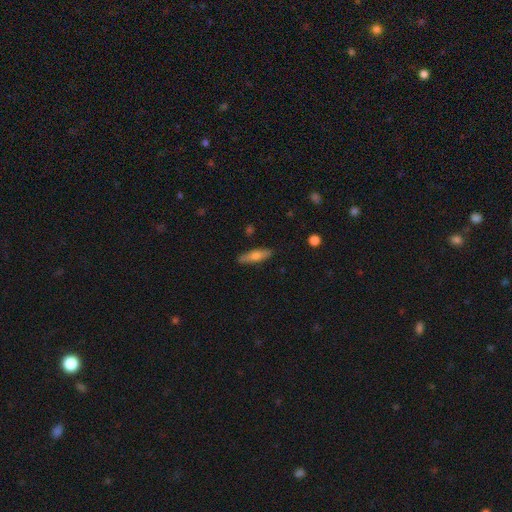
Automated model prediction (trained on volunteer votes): This appears to be a smooth galaxy with no disk features (68%) that is cigar-shaped (62%). Merging: none (86%).